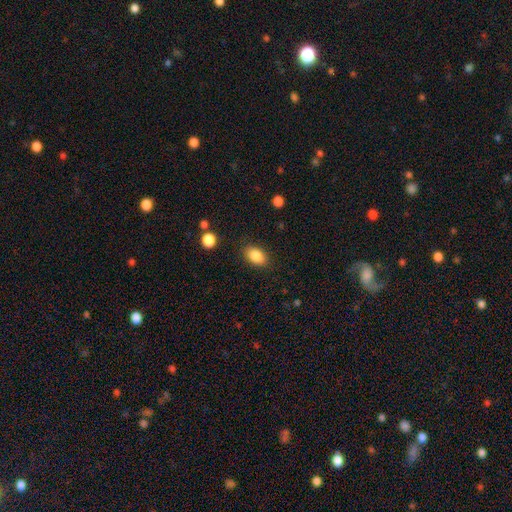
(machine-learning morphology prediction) Smooth or featured? Predicted: smooth (p=0.86). How rounded? Predicted: in between (p=0.87). Merging? Predicted: none (p=0.85).